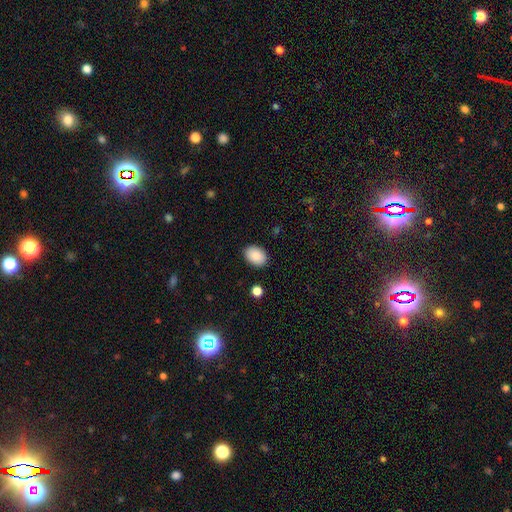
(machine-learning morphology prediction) smooth 88%, star or artifact 7%, featured or disk 6%. Down the decision tree: how rounded — in between (83%); merging — none (88%).